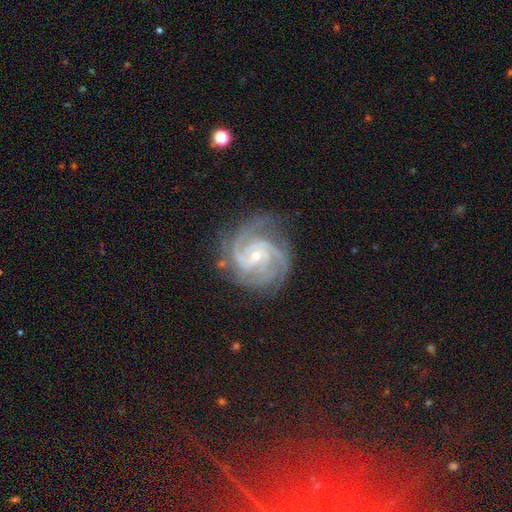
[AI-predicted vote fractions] Q: Smooth or featured?
A: featured or disk (92%); runner-up: star or artifact (5%)
Q: Edge-on disk?
A: no (98%); runner-up: yes (2%)
Q: Bar?
A: no (50%); runner-up: weak (36%)
Q: Spiral arms?
A: yes (99%); runner-up: no (1%)
Q: Spiral winding?
A: tight (64%); runner-up: medium (32%)
Q: Spiral arm count?
A: 3 (39%); runner-up: 4 (21%)
Q: Bulge size?
A: small (74%); runner-up: moderate (24%)
Q: Merging?
A: none (76%); runner-up: minor disturbance (17%)